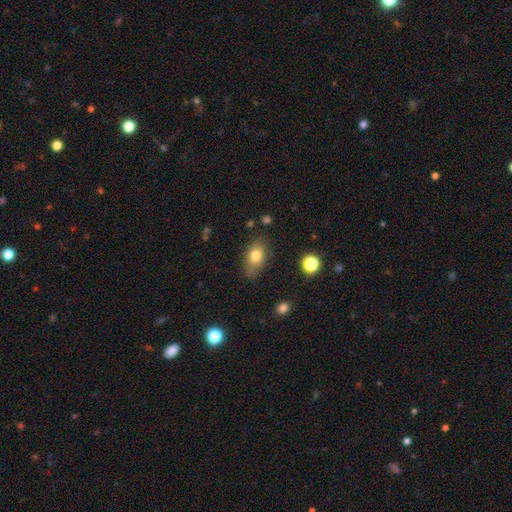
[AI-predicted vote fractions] Q: Smooth or featured?
A: smooth (78%); runner-up: featured or disk (13%)
Q: How rounded?
A: in between (82%); runner-up: round (15%)
Q: Merging?
A: none (74%); runner-up: minor disturbance (19%)